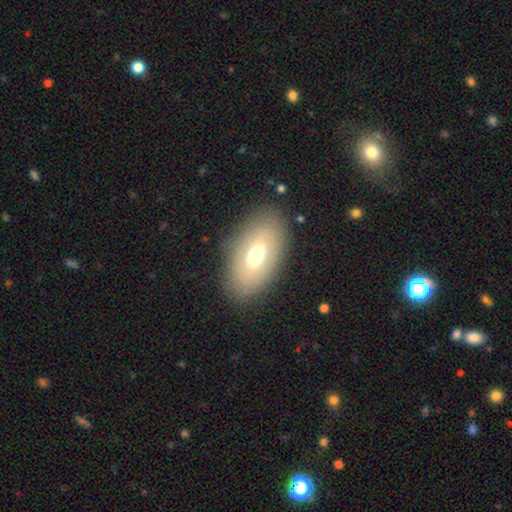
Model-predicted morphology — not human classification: This appears to be a smooth galaxy with no disk features (54%) that is in between round and cigar-shaped (92%). Merging: none (84%).